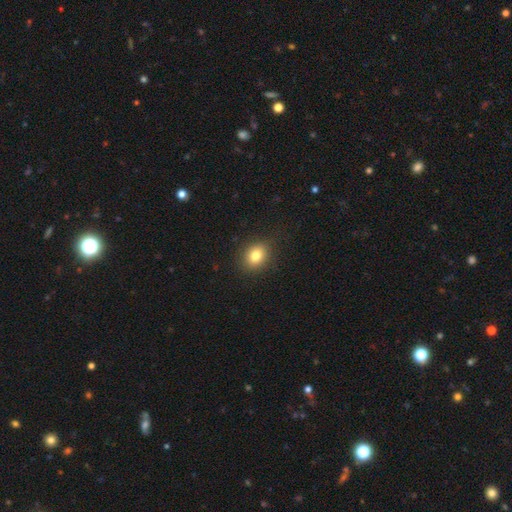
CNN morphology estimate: Smooth or featured: smooth — 81% (star or artifact — 11%)
How rounded: round — 54% (in between — 45%)
Merging: none — 87% (minor disturbance — 9%)